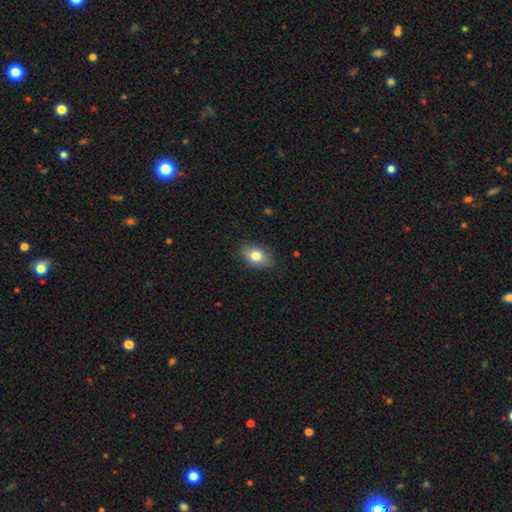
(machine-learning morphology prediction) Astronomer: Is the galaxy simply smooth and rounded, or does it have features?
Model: smooth — 79%.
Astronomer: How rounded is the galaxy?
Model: in between — 84%.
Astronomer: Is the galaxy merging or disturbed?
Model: none — 83%.